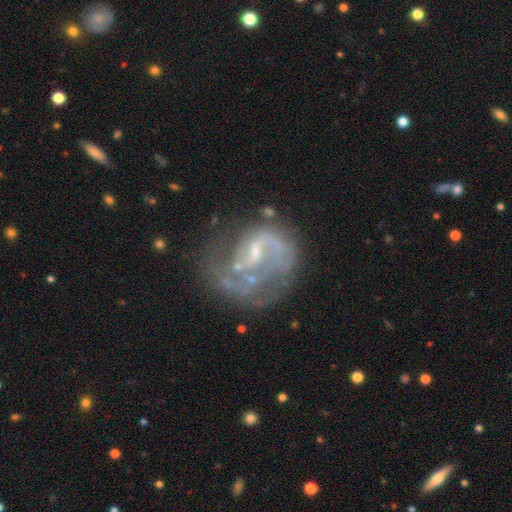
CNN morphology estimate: type=featured or disk (77%); edge-on=no (98%); bar=weak (49%); spiral arms=yes (75%); winding=loose (39%); arm count=2 (36%); bulge=small (51%); merging=none (44%).